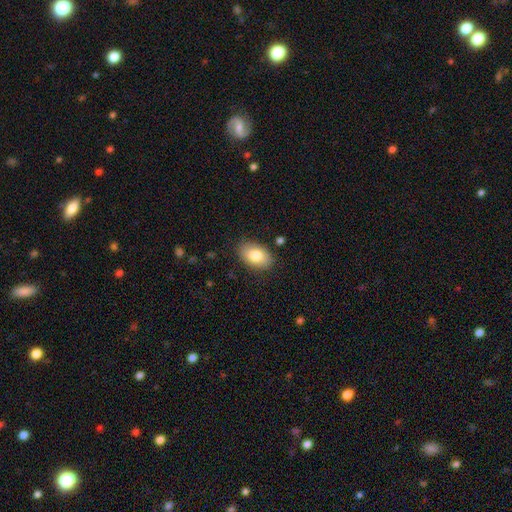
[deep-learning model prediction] smooth 82%, featured or disk 11%, star or artifact 7%. Down the decision tree: how rounded — in between (91%); merging — none (85%).